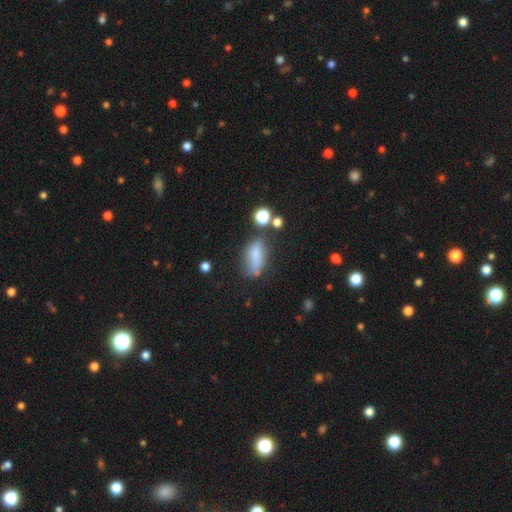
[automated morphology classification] Smooth or featured: smooth — 67% (featured or disk — 21%)
How rounded: in between — 76% (cigar-shaped — 17%)
Merging: none — 44% (minor disturbance — 28%)